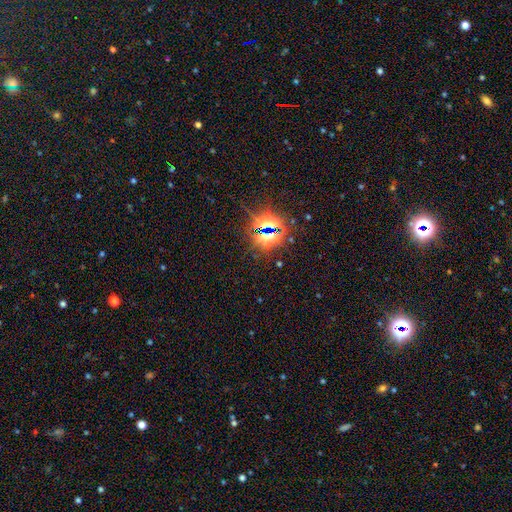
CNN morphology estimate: Overall: star or artifact (79%).